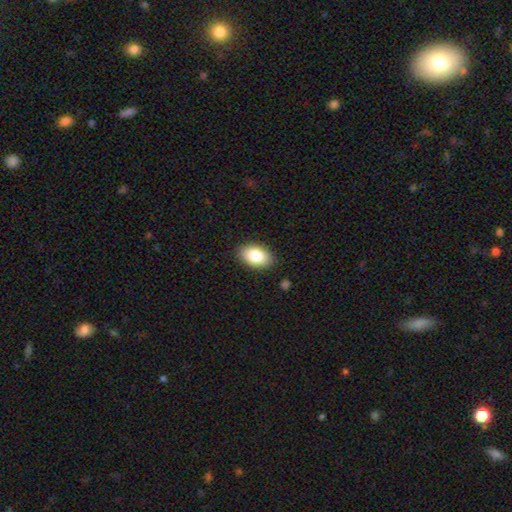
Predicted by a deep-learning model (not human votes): A smooth galaxy with no disk features (84%) that is in between round and cigar-shaped (92%).

Vote fractions:
- Smooth or featured? smooth: 84% / featured or disk: 9% / star or artifact: 7%
- How rounded? in between: 92% / round: 7% / cigar-shaped: 1%
- Merging? none: 87% / minor disturbance: 9% / major disturbance: 2% / merger: 1%